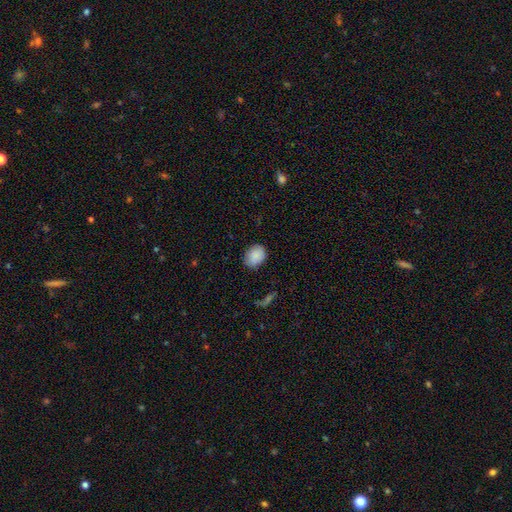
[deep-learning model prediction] A smooth galaxy with no disk features (87%) that is in between round and cigar-shaped (62%). Merging: none (81%).